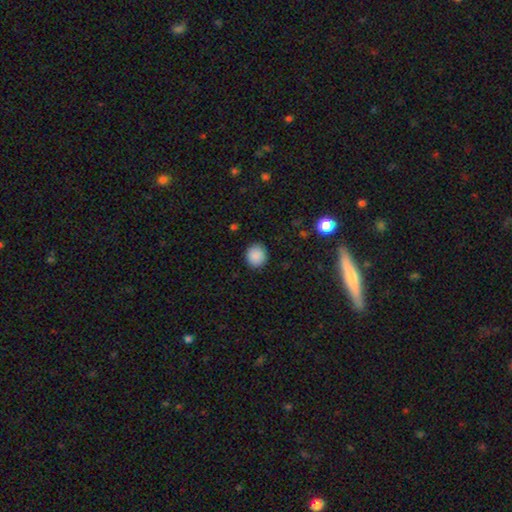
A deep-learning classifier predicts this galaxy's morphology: Overall: smooth (89%). How rounded: round (84%). Merging: none (90%).